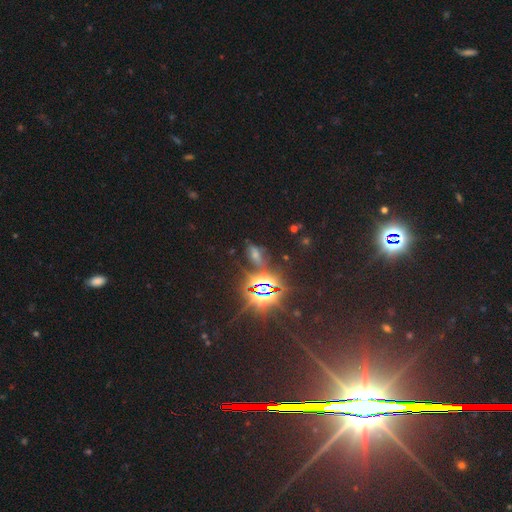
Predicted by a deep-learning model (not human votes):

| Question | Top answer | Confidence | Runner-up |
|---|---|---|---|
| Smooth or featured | star or artifact | 69% | smooth (17%) |